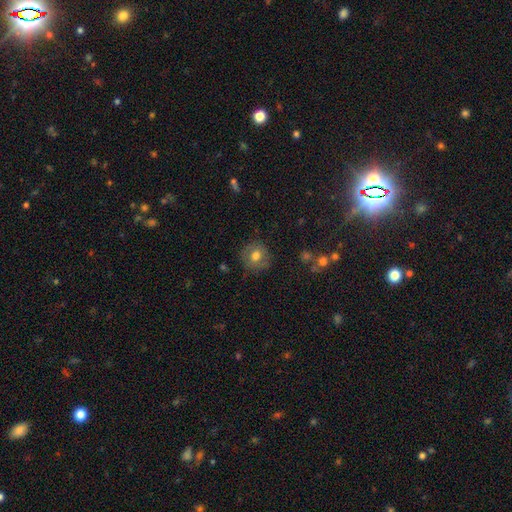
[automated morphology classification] A smooth galaxy with no disk features (69%) that is round (86%). Merging: none (81%).